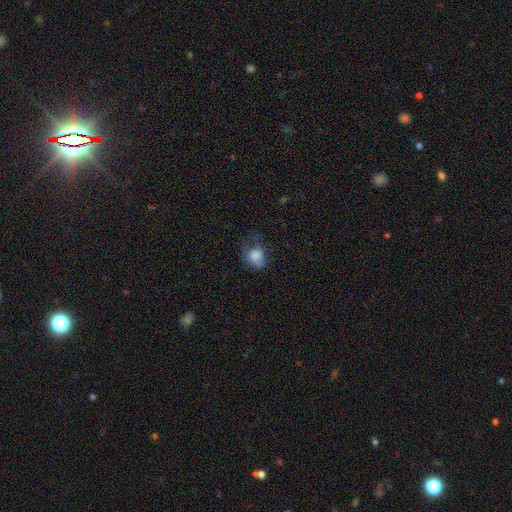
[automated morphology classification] Overall: smooth (76%). How rounded: round (53%; in between 46%). Merging: none (35%; major disturbance 32%).